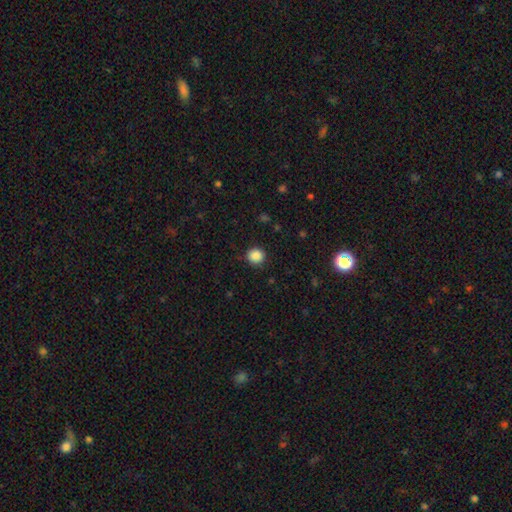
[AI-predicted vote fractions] Smooth or featured? Predicted: smooth (p=0.87). How rounded? Predicted: round (p=0.89). Merging? Predicted: none (p=0.88).